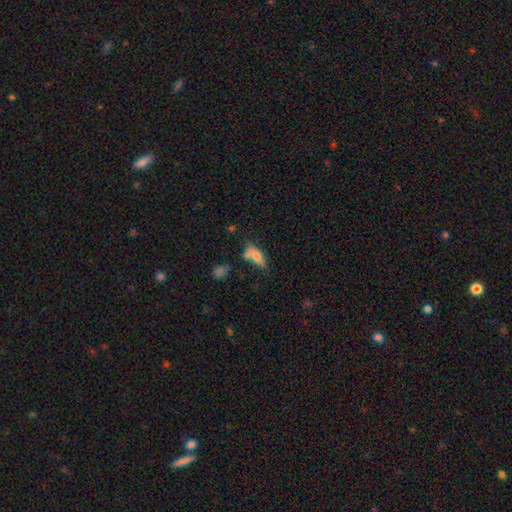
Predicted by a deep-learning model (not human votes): This appears to be a smooth galaxy with no disk features (69%) that is in between round and cigar-shaped (65%). Merging: none (45%).